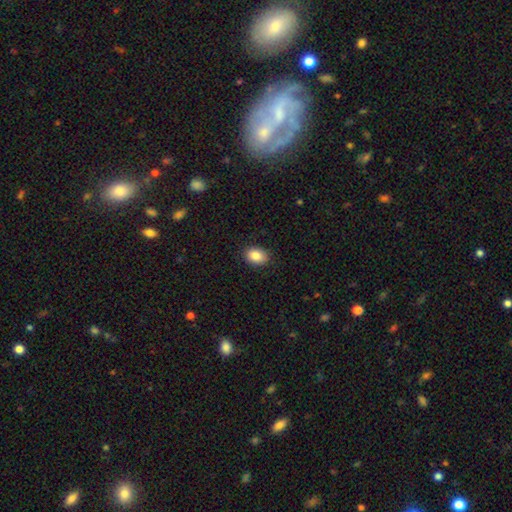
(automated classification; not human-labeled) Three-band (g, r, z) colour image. It shows a smooth galaxy with no disk features (87%) that is in between round and cigar-shaped (73%). Merging: none (88%).